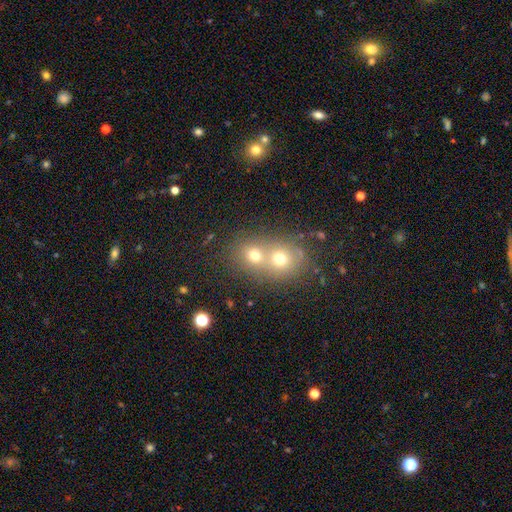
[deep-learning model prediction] smooth_or_featured: smooth (p=0.64) [alt: star or artifact p=0.19]
how_rounded: round (p=0.75) [alt: in between p=0.24]
merging: merger (p=0.60) [alt: none p=0.32]